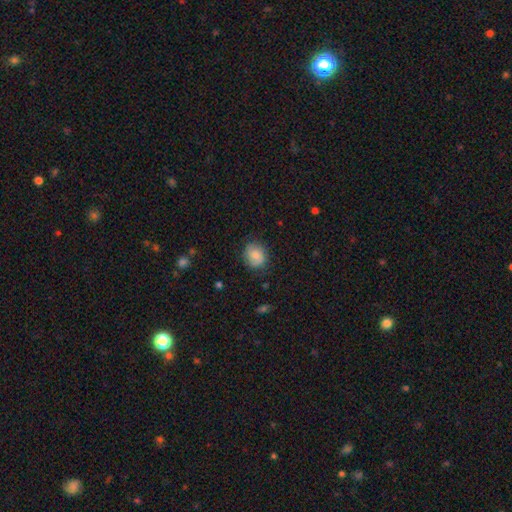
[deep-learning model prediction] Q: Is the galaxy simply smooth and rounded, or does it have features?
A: smooth — 80%.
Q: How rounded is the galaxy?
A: round — 71%.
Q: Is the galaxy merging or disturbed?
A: none — 77%.